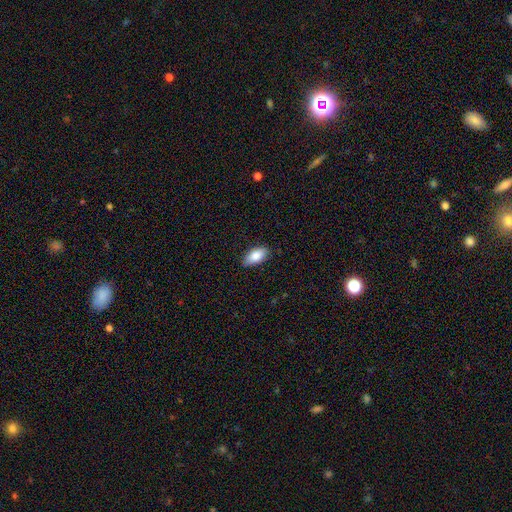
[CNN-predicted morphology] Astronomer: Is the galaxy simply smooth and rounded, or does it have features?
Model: smooth — 85%.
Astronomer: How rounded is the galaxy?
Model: in between — 92%.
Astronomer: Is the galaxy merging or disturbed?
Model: none — 82%.